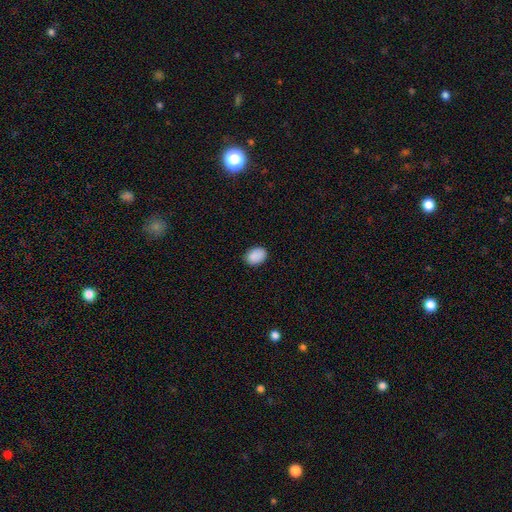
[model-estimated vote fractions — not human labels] smooth 90%, star or artifact 8%, featured or disk 3%. Down the decision tree: how rounded — in between (72%); merging — none (86%).